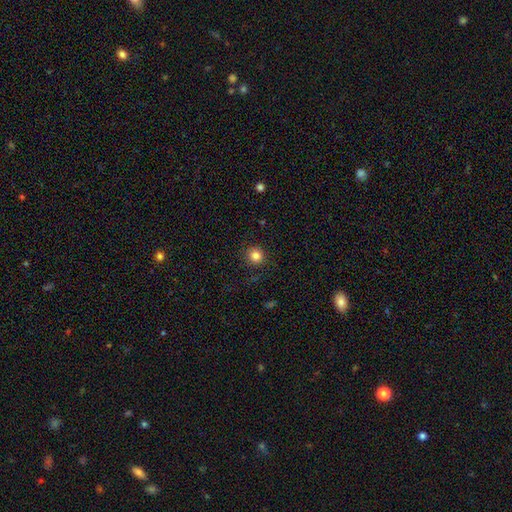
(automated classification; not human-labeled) A smooth galaxy with no disk features (84%) that is round (93%).

Vote fractions:
- Smooth or featured? smooth: 84% / star or artifact: 11% / featured or disk: 5%
- How rounded? round: 93% / in between: 6% / cigar-shaped: 1%
- Merging? none: 89% / minor disturbance: 7% / major disturbance: 3% / merger: 1%